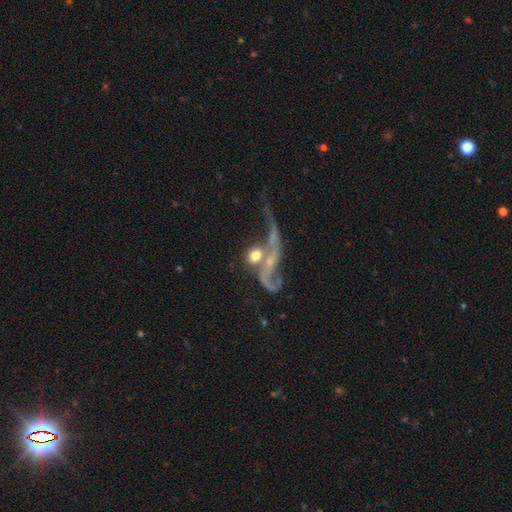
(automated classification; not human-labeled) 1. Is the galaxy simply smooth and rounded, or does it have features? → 51% featured or disk, 38% smooth, 11% star or artifact.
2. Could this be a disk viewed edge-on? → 94% no, 6% yes.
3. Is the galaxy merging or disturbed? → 54% merger, 25% major disturbance, 14% none, 7% minor disturbance.